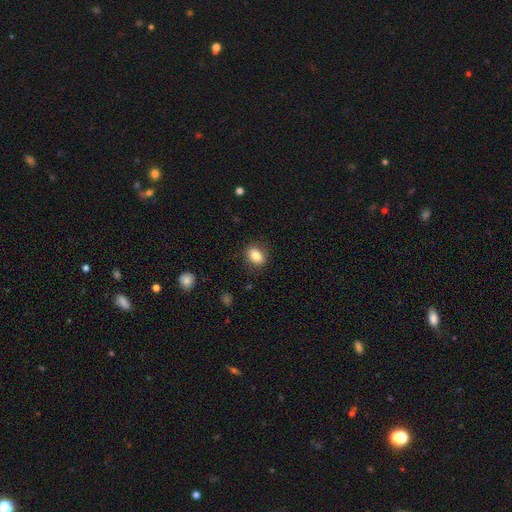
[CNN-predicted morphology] Overall: smooth (83%). How rounded: in between (69%; round 30%). Merging: none (86%).